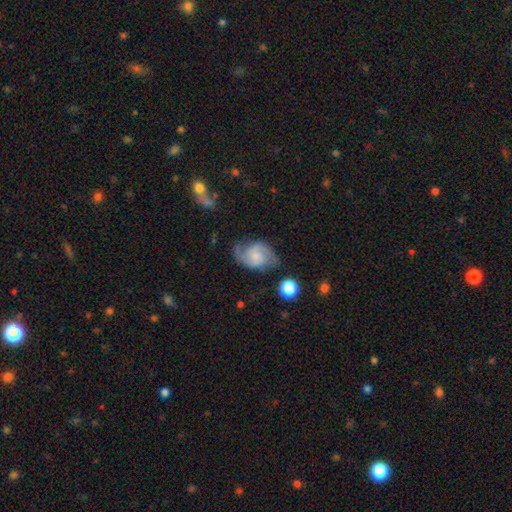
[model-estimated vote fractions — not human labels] A featured or disk galaxy (74%) with no bar (59%), 2 (88%) medium (48%) spiral arms (94%) and a small central bulge (52%). Merging: none (61%).